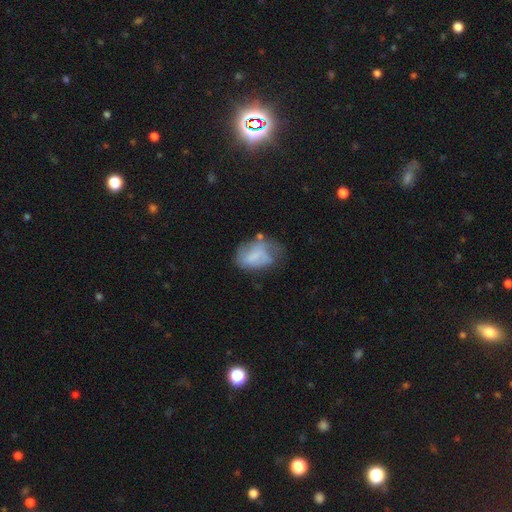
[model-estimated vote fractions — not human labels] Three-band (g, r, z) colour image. It shows a smooth galaxy with no disk features (56%) that is in between round and cigar-shaped (85%). Merging: minor disturbance (34%).